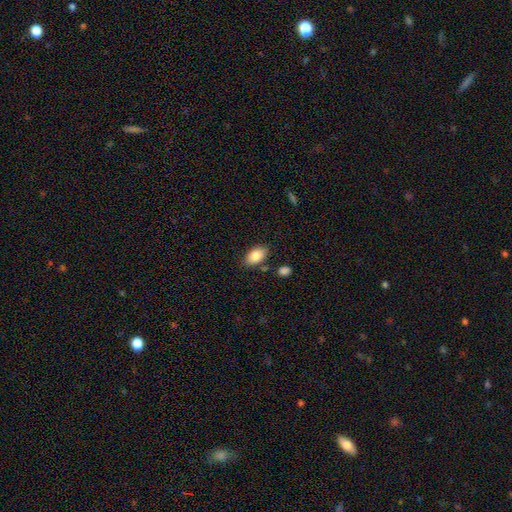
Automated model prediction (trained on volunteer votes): Overall: smooth (85%). How rounded: in between (92%). Merging: none (80%).